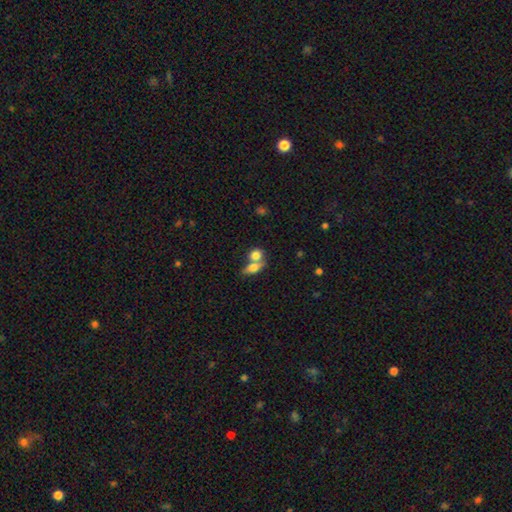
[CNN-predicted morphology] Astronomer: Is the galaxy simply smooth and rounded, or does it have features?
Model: smooth — 78%.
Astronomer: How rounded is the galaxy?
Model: in between — 55% (runner-up: round, 41%).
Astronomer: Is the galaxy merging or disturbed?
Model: merger — 60%.